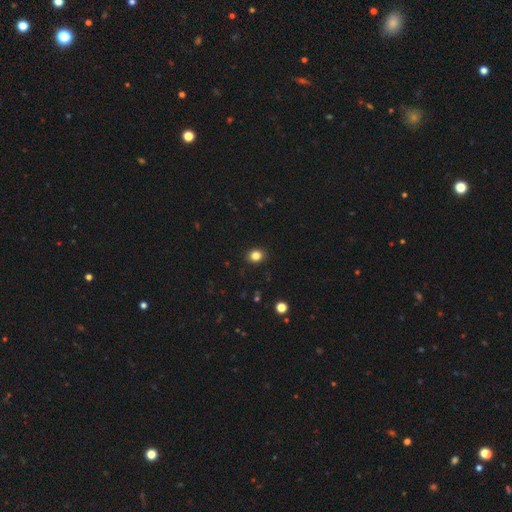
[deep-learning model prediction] Smooth or featured? smooth (84%)
How rounded? round (61%)
Merging? none (91%)